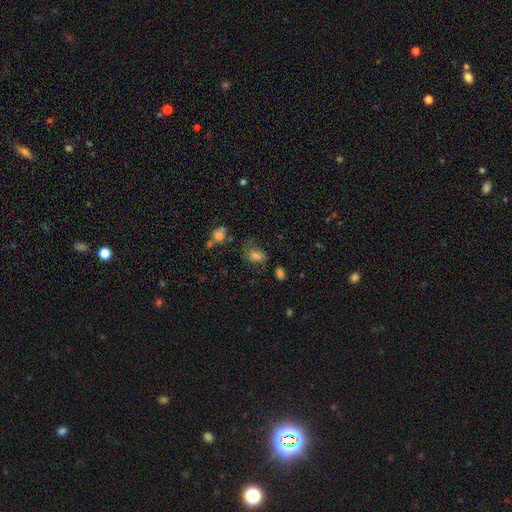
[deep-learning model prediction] Morphology: type=smooth (59%); roundness=in between (79%); merging=none (47%).